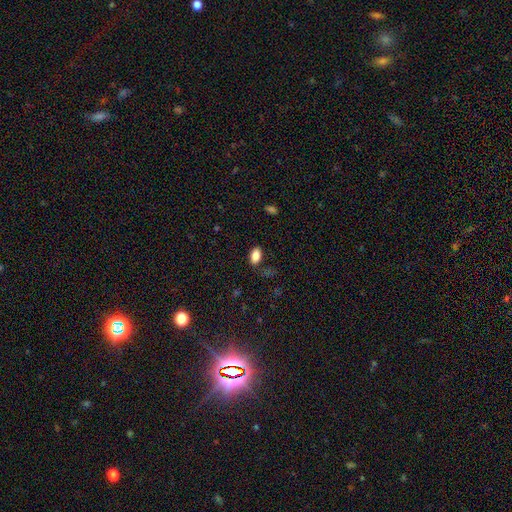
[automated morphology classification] Q: Smooth or featured?
A: smooth (86%); runner-up: star or artifact (9%)
Q: How rounded?
A: in between (91%); runner-up: round (6%)
Q: Merging?
A: none (81%); runner-up: minor disturbance (14%)